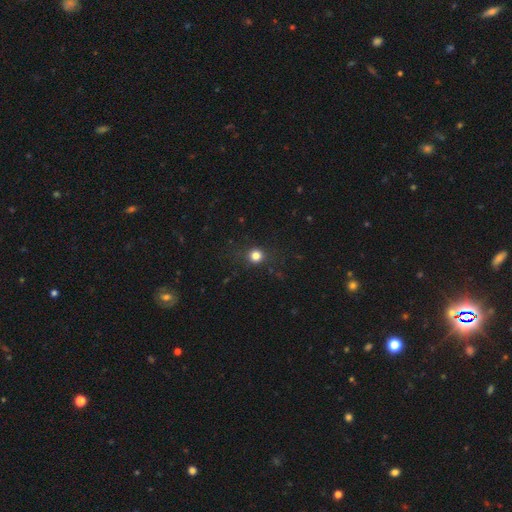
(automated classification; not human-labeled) Morphology: type=smooth (80%); roundness=round (87%); merging=none (85%).